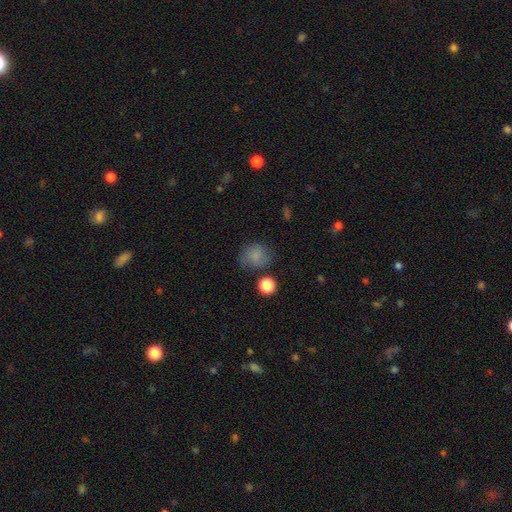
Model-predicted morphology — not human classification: A smooth galaxy with no disk features (79%) that is round (75%).

Vote fractions:
- Smooth or featured? smooth: 79% / star or artifact: 12% / featured or disk: 9%
- How rounded? round: 75% / in between: 24% / cigar-shaped: 1%
- Merging? none: 64% / minor disturbance: 22% / major disturbance: 9% / merger: 5%